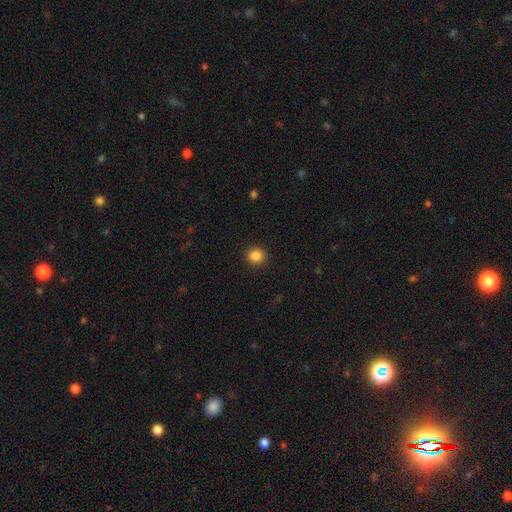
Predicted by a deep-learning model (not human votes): smooth-or-featured: smooth: 86% | star or artifact: 11% | featured or disk: 3%
  how-rounded: round: 88% | in between: 11% | cigar-shaped: 1%
  merging: none: 92% | minor disturbance: 5% | major disturbance: 2% | merger: 1%